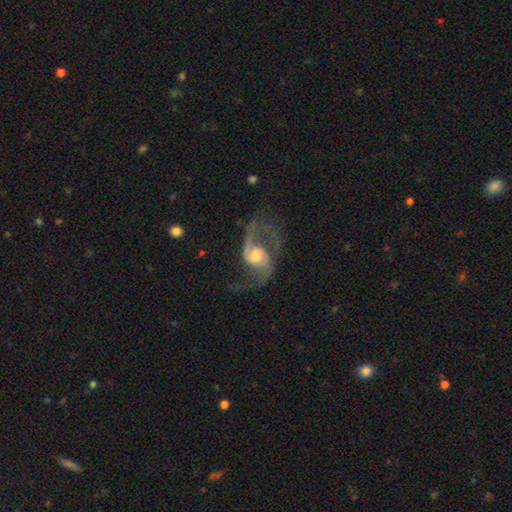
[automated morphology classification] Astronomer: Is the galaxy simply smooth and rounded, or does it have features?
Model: featured or disk — 89%.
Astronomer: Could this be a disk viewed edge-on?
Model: no — 98%.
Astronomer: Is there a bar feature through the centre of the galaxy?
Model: no — 55% (runner-up: weak, 36%).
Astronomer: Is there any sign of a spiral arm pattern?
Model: yes — 96%.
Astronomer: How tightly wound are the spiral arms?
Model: loose — 59% (runner-up: medium, 35%).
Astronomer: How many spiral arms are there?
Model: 2 — 92%.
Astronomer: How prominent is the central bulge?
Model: moderate — 60%.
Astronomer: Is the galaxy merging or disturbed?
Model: none — 63%.